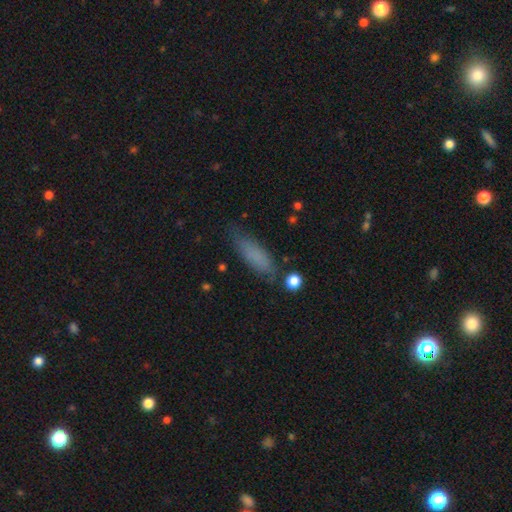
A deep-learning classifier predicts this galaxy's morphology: This is likely a smooth galaxy (77%). How rounded: possibly cigar-shaped (51%). Merging: likely none (70%).